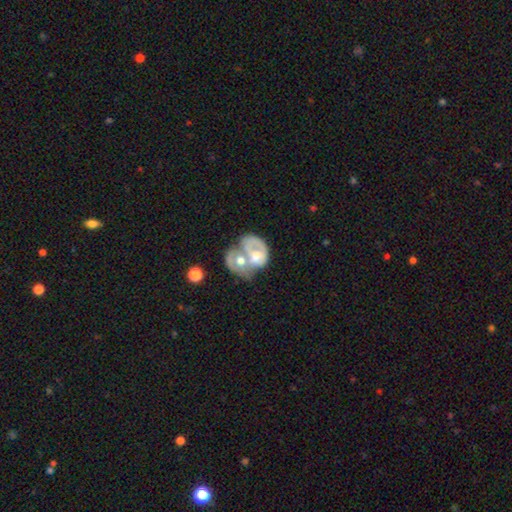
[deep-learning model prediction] This is possibly a featured or disk galaxy (55%). It is clearly not viewed edge-on (97%). Bar: clearly no (83%). Spiral arm pattern: likely no (70%). Central bulge: likely moderate (65%). Merging: likely merger (75%).